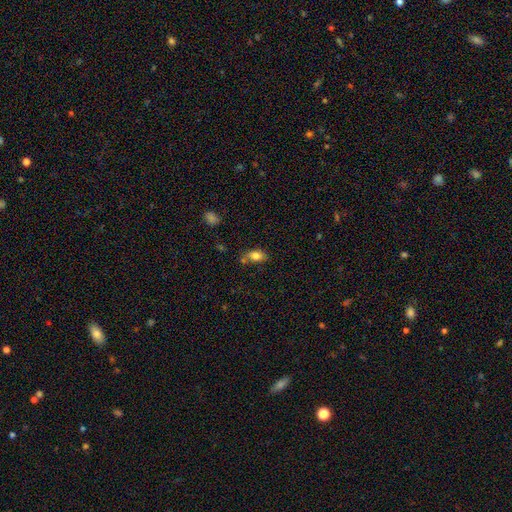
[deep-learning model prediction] smooth_or_featured: smooth (p=0.79) [alt: featured or disk p=0.12]
how_rounded: in between (p=0.84) [alt: round p=0.12]
merging: none (p=0.65) [alt: minor disturbance p=0.19]